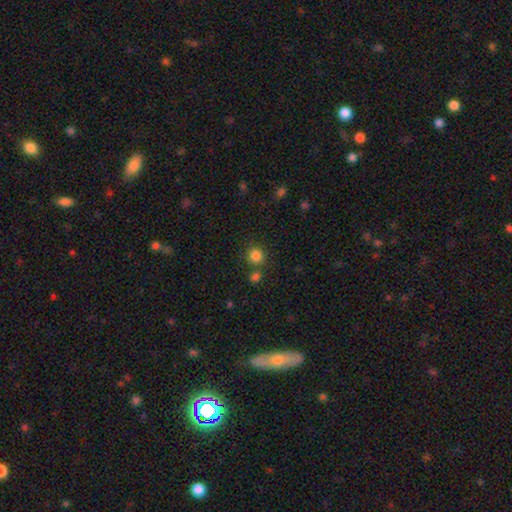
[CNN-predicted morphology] smooth_or_featured: smooth (p=0.83) [alt: star or artifact p=0.12]
how_rounded: round (p=0.90) [alt: in between p=0.09]
merging: none (p=0.75) [alt: merger p=0.13]